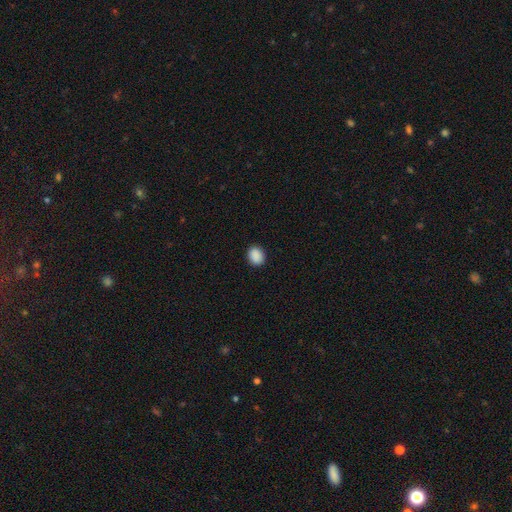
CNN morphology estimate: This appears to be a smooth galaxy with no disk features (90%) that is round (51%). Merging: none (90%).